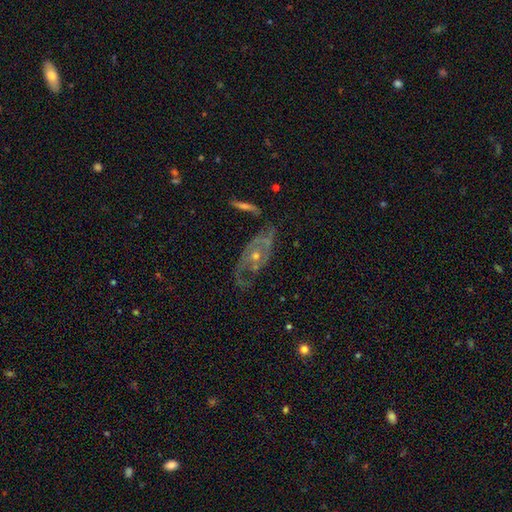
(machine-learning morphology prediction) This is clearly a featured or disk galaxy (81%). It is clearly not viewed edge-on (91%). Bar: likely no (77%). Spiral arm pattern: clearly yes (84%). Spiral arm count: possibly 2 (55%). Spiral winding: marginally tight (42%). Central bulge: possibly moderate (48%). Merging: possibly none (55%).